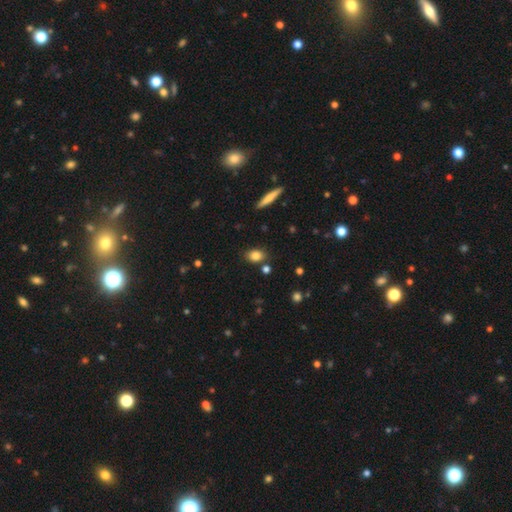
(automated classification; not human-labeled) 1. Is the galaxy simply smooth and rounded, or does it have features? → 82% smooth, 9% star or artifact, 9% featured or disk.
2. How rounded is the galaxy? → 76% in between, 21% round, 3% cigar-shaped.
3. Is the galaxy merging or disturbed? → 80% none, 11% minor disturbance, 6% merger, 3% major disturbance.